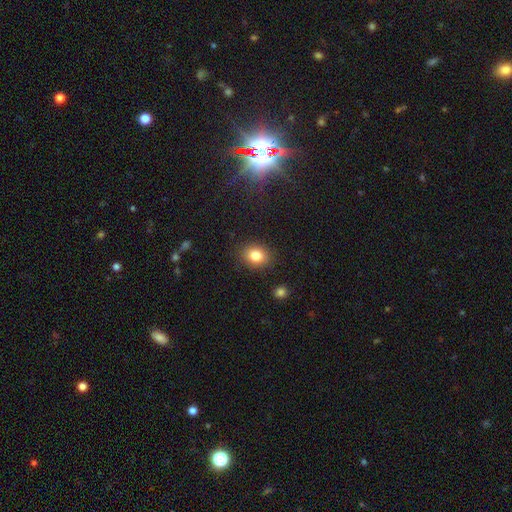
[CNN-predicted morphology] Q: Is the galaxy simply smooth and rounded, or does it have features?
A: smooth — 82%.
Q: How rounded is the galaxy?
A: round — 52%.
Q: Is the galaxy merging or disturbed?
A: none — 88%.